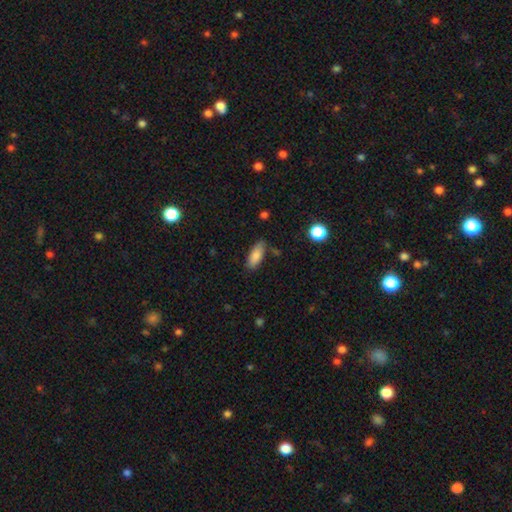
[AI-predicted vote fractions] smooth-or-featured: smooth: 84% | featured or disk: 8% | star or artifact: 7%
  how-rounded: in between: 78% | cigar-shaped: 19% | round: 2%
  merging: none: 76% | minor disturbance: 17% | merger: 3% | major disturbance: 3%